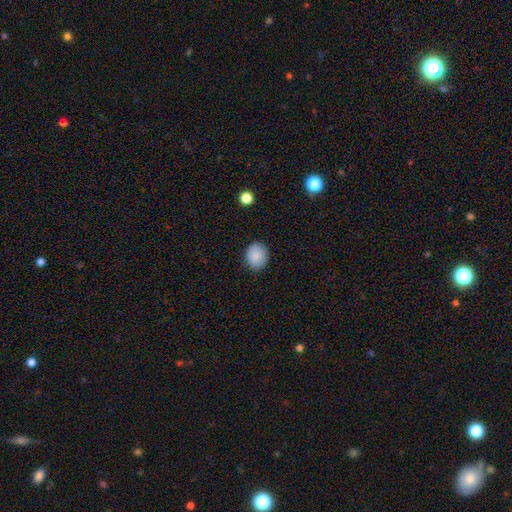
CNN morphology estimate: This is clearly a smooth galaxy (88%). How rounded: likely round (64%). Merging: clearly none (86%).